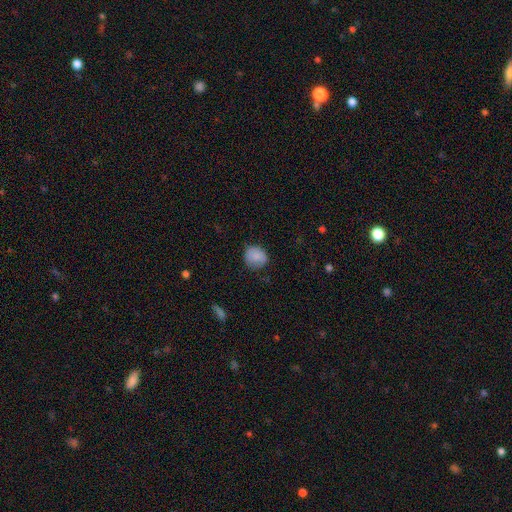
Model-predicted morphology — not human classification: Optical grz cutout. It shows a smooth galaxy with no disk features (85%) that is round (79%). Merging: none (73%).